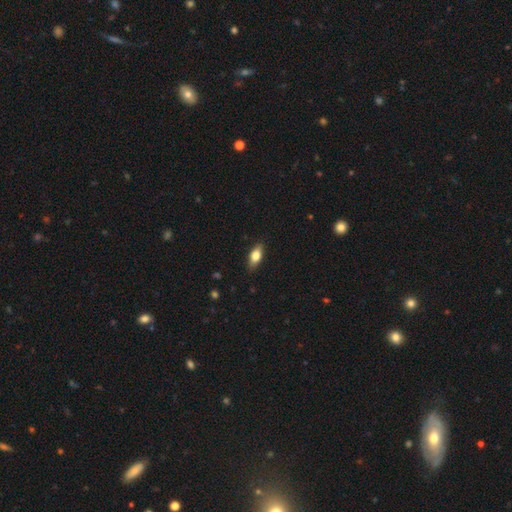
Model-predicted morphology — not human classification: Smooth or featured? Predicted: smooth (p=0.72). How rounded? Predicted: in between (p=0.81). Merging? Predicted: none (p=0.86).